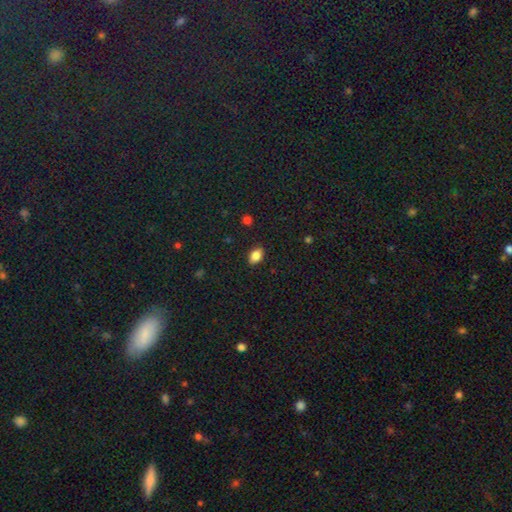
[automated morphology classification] A smooth galaxy with no disk features (86%) that is in between round and cigar-shaped (88%).

Vote fractions:
- Smooth or featured? smooth: 86% / star or artifact: 9% / featured or disk: 5%
- How rounded? in between: 88% / round: 10% / cigar-shaped: 2%
- Merging? none: 87% / minor disturbance: 10% / major disturbance: 2% / merger: 1%